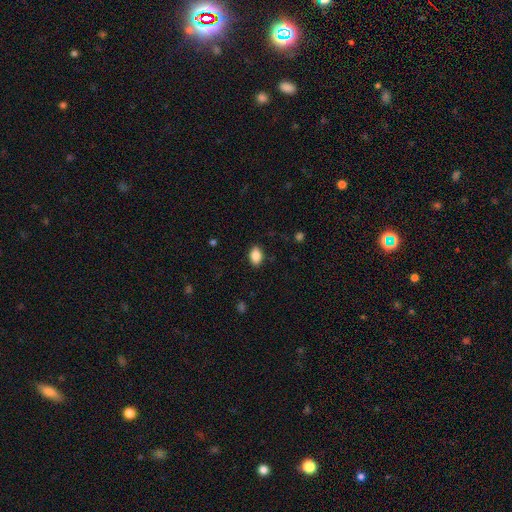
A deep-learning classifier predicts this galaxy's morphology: Smooth or featured?
  - smooth: 88% *
  - star or artifact: 8%
  - featured or disk: 4%
How rounded?
  - in between: 86% *
  - round: 13%
  - cigar-shaped: 1%
Merging?
  - none: 88% *
  - minor disturbance: 9%
  - major disturbance: 2%
  - merger: 1%